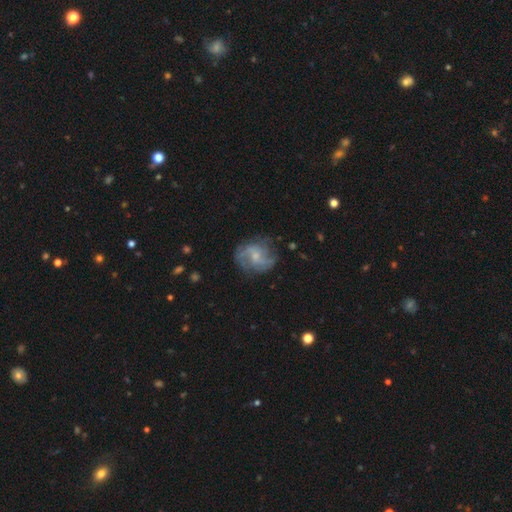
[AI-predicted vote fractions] The model was most divided on "bar": no: 54%, weak: 39%, strong: 7%. Remaining: edge-on disk — no (98%); spiral arms — yes (91%); smooth or featured — featured or disk (77%); merging — none (70%); bulge size — small (57%); spiral arm count — 2 (52%); spiral winding — medium (47%).